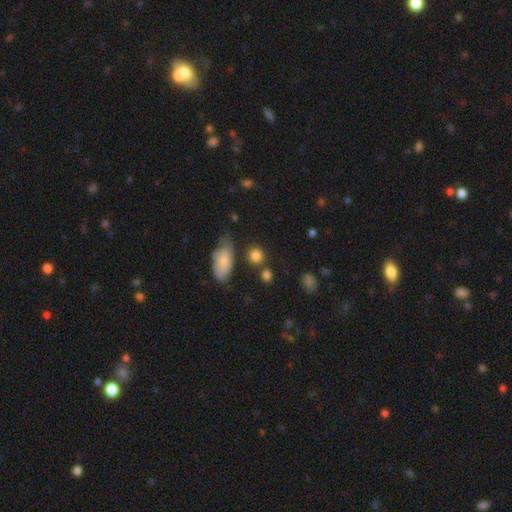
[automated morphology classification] smooth-or-featured: smooth: 83% | star or artifact: 10% | featured or disk: 7%
  how-rounded: round: 79% | in between: 18% | cigar-shaped: 2%
  merging: none: 70% | minor disturbance: 14% | merger: 10% | major disturbance: 5%